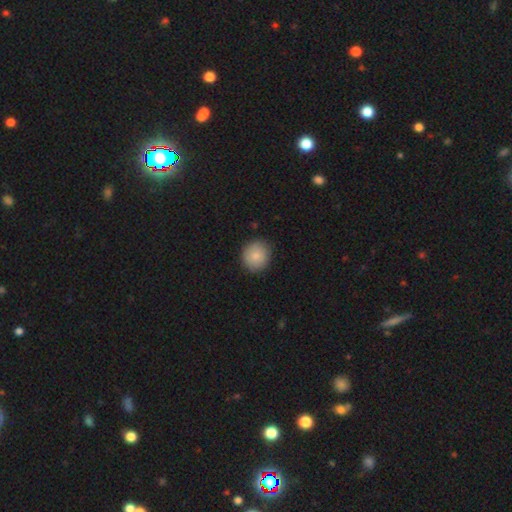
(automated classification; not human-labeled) Overall: smooth (86%). How rounded: round (87%). Merging: none (87%).